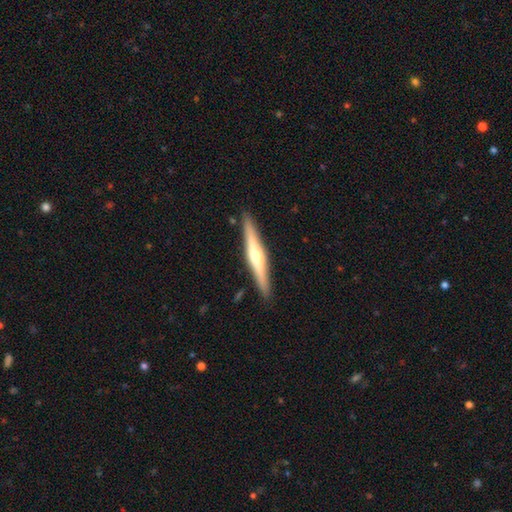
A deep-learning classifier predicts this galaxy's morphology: featured or disk 67%, smooth 28%, star or artifact 5%. Down the decision tree: edge-on disk — yes (97%); edge-on bulge — rounded (85%); merging — none (90%).